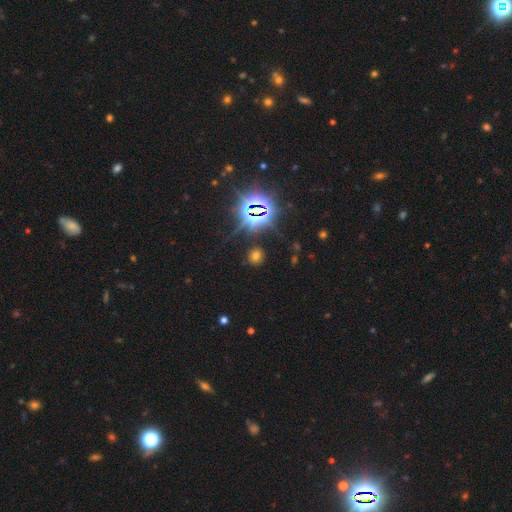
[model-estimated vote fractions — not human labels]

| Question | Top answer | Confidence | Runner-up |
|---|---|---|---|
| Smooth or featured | smooth | 52% | star or artifact (40%) |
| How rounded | round | 81% | in between (17%) |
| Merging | none | 85% | minor disturbance (9%) |